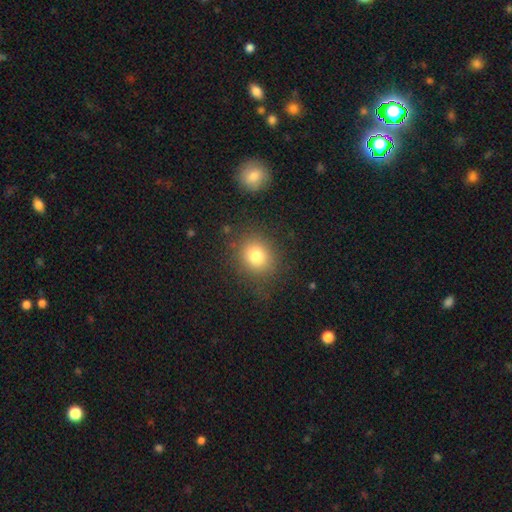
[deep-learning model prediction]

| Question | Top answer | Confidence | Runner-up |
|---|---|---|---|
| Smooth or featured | smooth | 79% | star or artifact (12%) |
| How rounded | round | 73% | in between (26%) |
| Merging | none | 83% | minor disturbance (10%) |